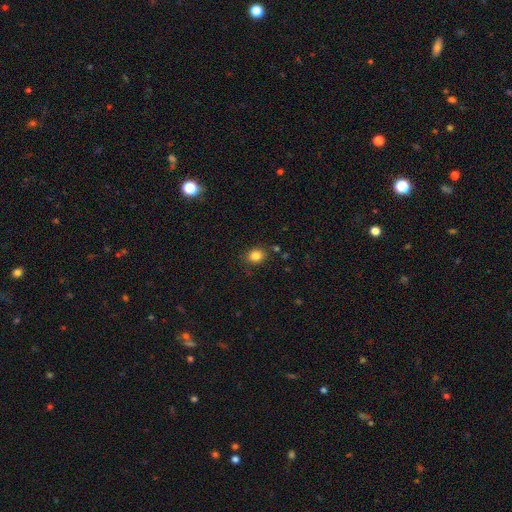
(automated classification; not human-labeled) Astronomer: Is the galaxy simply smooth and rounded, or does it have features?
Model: smooth — 83%.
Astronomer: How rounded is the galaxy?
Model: round — 63%.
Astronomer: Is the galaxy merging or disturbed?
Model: none — 85%.